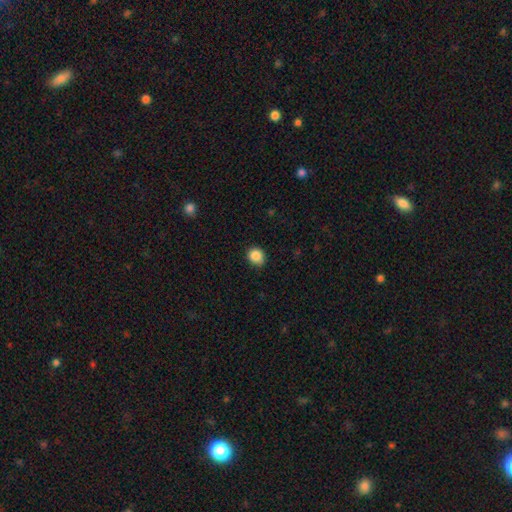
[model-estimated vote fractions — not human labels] Smooth or featured?
  - smooth: 87% *
  - star or artifact: 10%
  - featured or disk: 3%
How rounded?
  - round: 79% *
  - in between: 20%
  - cigar-shaped: 1%
Merging?
  - none: 83% *
  - minor disturbance: 14%
  - major disturbance: 2%
  - merger: 1%